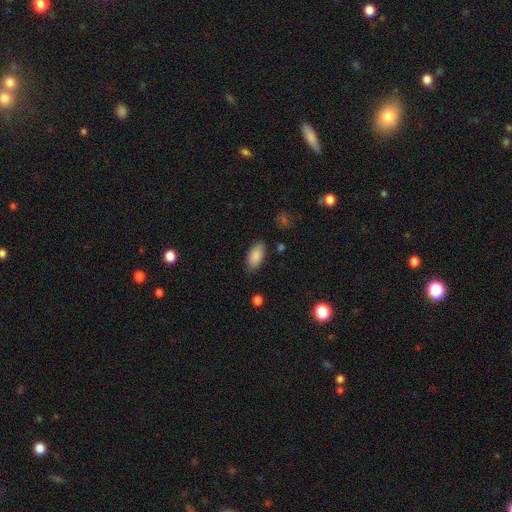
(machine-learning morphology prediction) A smooth galaxy with no disk features (88%) that is in between round and cigar-shaped (92%). Merging: none (82%).